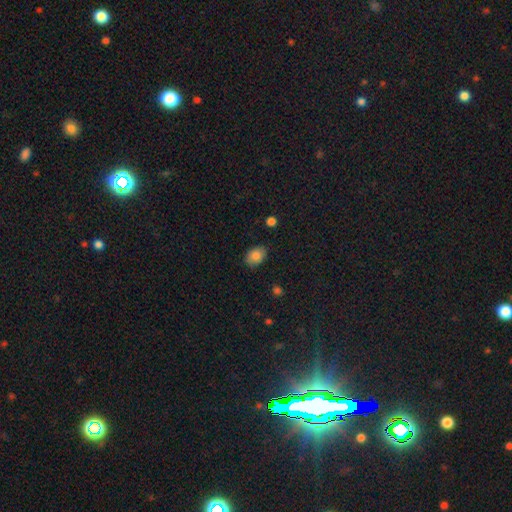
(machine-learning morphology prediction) smooth 84%, star or artifact 9%, featured or disk 7%. Down the decision tree: how rounded — in between (78%); merging — none (83%).